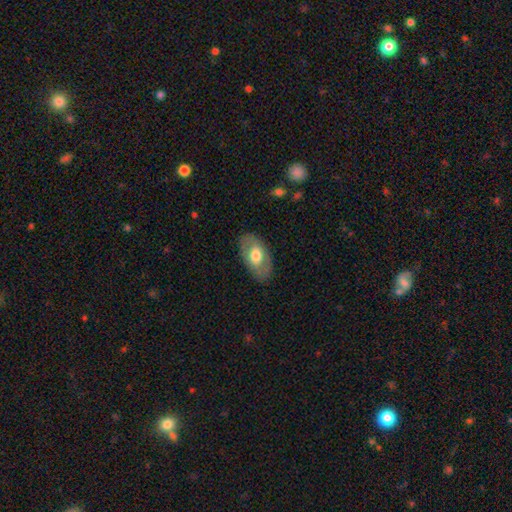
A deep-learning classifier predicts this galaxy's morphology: A smooth galaxy with no disk features (54%) that is in between round and cigar-shaped (92%). Merging: none (83%).